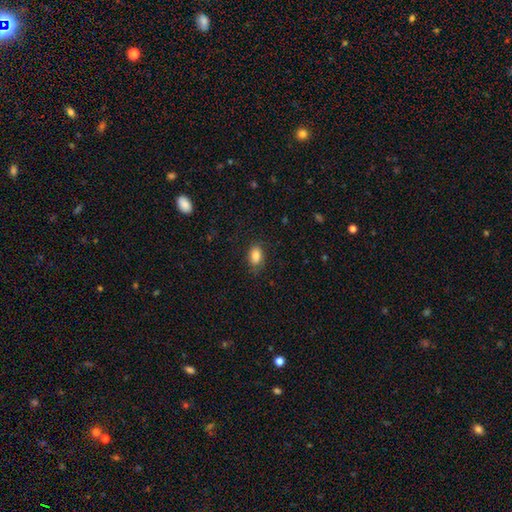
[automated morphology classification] The model was most divided on "merging": none: 80%, minor disturbance: 15%, major disturbance: 4%, merger: 1%. More confident: how rounded — in between (88%); smooth or featured — smooth (86%).